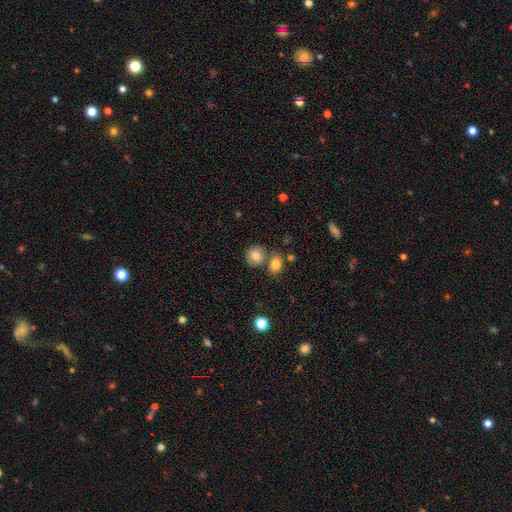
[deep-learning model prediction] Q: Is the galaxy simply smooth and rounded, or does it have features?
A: smooth — 80%.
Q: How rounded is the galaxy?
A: round — 74%.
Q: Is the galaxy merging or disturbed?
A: none — 61%.